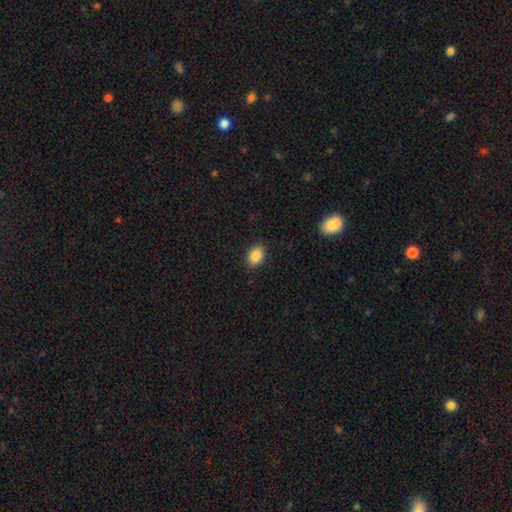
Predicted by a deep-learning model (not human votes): The model was most divided on "how rounded": in between: 78%, round: 21%, cigar-shaped: 1%. More confident: merging — none (88%); smooth or featured — smooth (88%).